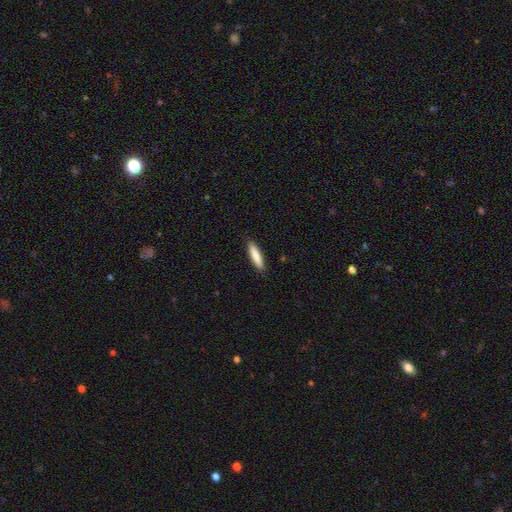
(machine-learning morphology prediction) smooth 83%, featured or disk 11%, star or artifact 6%. Down the decision tree: how rounded — cigar-shaped (77%); merging — none (89%).